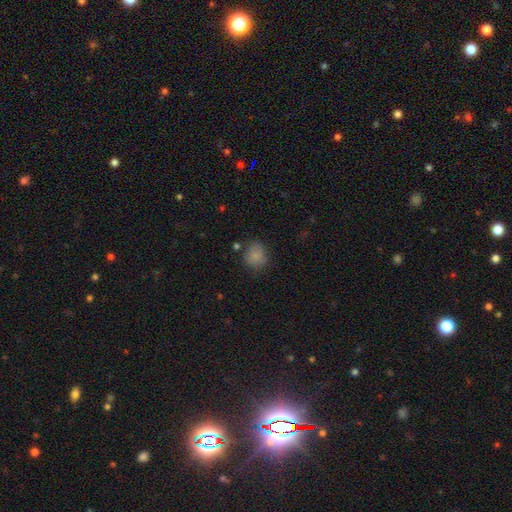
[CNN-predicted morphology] The model was most divided on "how rounded": round: 75%, in between: 24%, cigar-shaped: 1%. More confident: smooth or featured — smooth (82%); merging — none (71%).